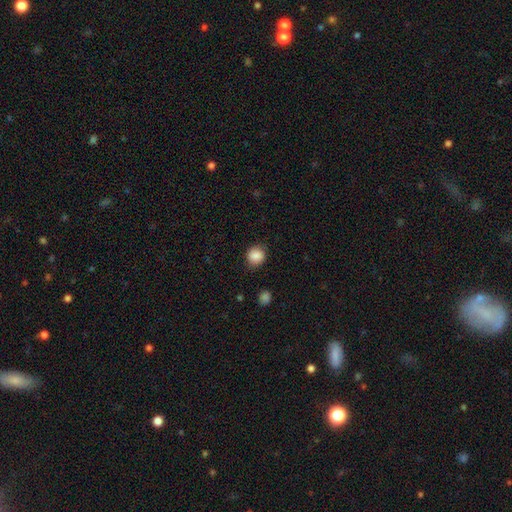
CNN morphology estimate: Smooth or featured? smooth (87%)
How rounded? round (81%)
Merging? none (83%)